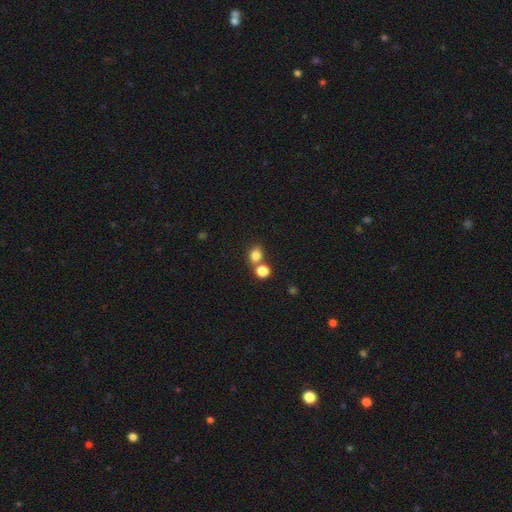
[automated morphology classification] smooth-or-featured: smooth: 80% | star or artifact: 13% | featured or disk: 7%
  how-rounded: round: 66% | in between: 33% | cigar-shaped: 1%
  merging: none: 57% | merger: 32% | minor disturbance: 8% | major disturbance: 3%